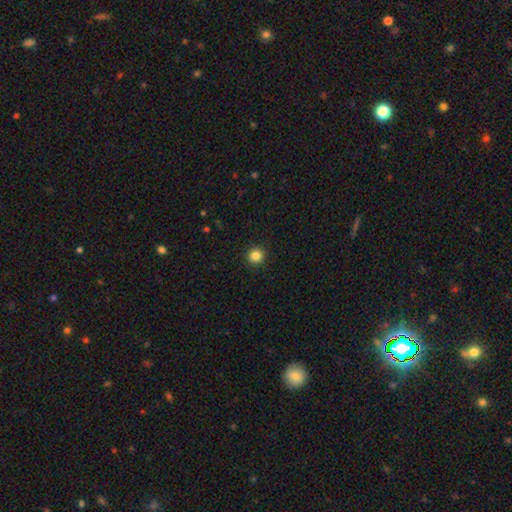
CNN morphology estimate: The model was most divided on "smooth or featured": smooth: 84%, star or artifact: 12%, featured or disk: 4%. More confident: how rounded — round (95%); merging — none (93%).